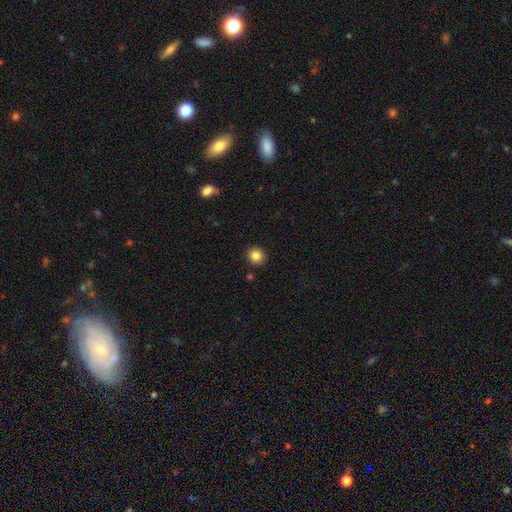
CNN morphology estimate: Smooth or featured? smooth (84%)
How rounded? round (89%)
Merging? none (91%)